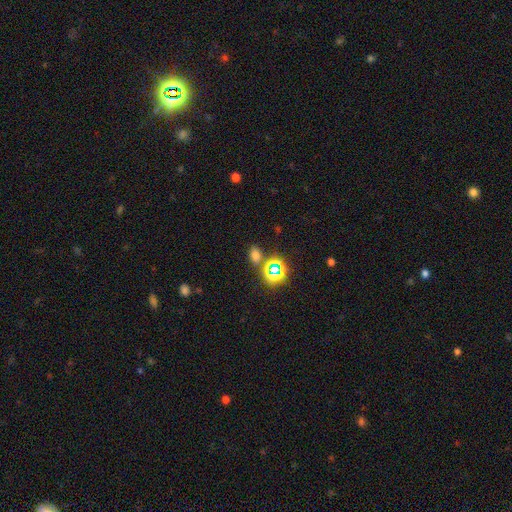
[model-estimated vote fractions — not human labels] The model was most divided on "smooth or featured": smooth: 57%, star or artifact: 36%, featured or disk: 7%. More confident: merging — none (76%); how rounded — in between (74%).